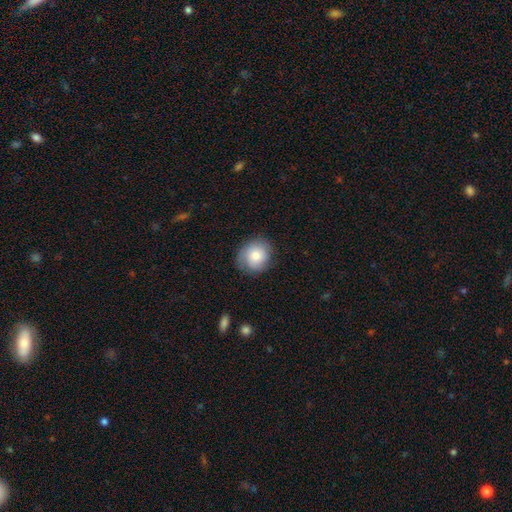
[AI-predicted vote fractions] Smooth or featured?
  - smooth: 76% *
  - featured or disk: 17%
  - star or artifact: 7%
How rounded?
  - round: 78% *
  - in between: 21%
  - cigar-shaped: 1%
Merging?
  - none: 74% *
  - minor disturbance: 20%
  - major disturbance: 5%
  - merger: 1%